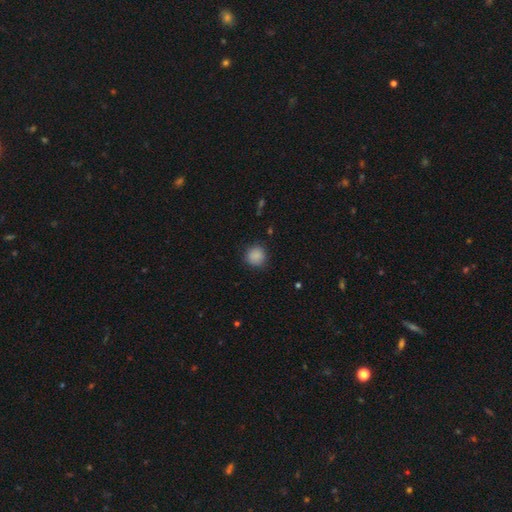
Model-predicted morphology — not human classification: type=smooth (87%); roundness=round (90%); merging=none (84%).